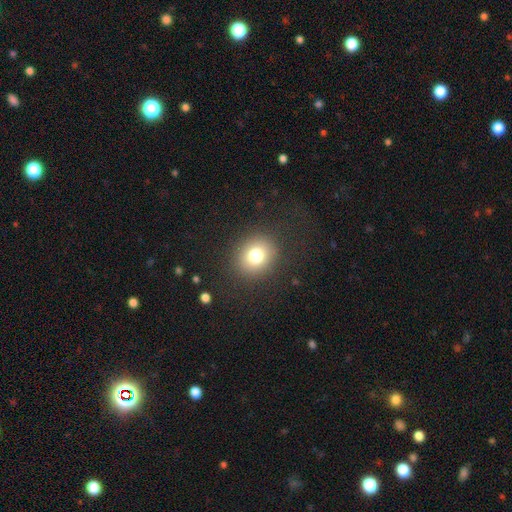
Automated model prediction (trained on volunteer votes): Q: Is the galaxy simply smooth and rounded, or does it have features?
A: smooth — 76%.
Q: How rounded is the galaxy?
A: round — 75%.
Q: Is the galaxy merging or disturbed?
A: none — 87%.